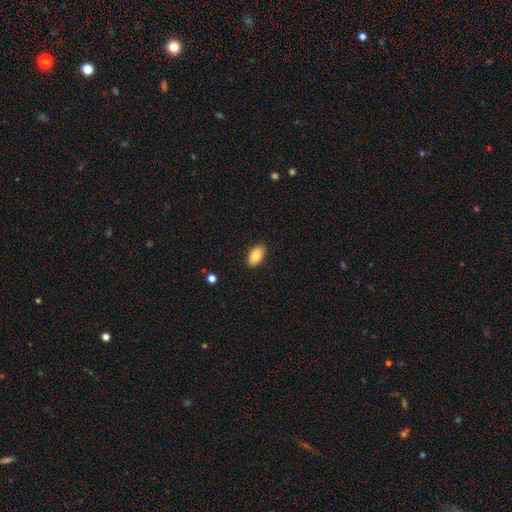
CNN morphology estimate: type=smooth (83%); roundness=in between (94%); merging=none (88%).